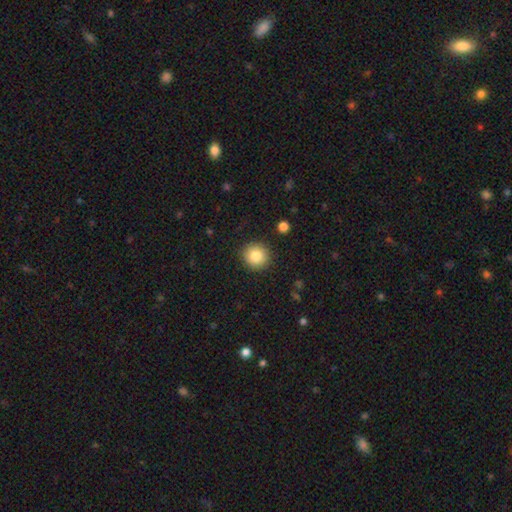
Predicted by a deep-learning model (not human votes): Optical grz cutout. It shows a smooth galaxy with no disk features (84%) that is round (93%). Merging: none (91%).